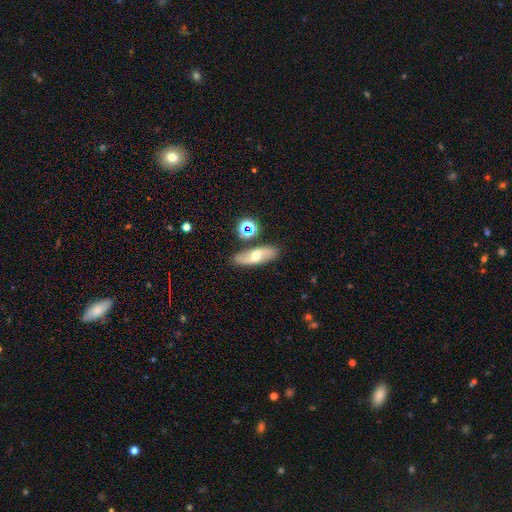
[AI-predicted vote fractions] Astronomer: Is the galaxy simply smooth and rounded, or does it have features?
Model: featured or disk — 54% (runner-up: smooth, 37%).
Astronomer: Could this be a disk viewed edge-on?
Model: no — 77%.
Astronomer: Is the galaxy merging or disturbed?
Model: none — 80%.